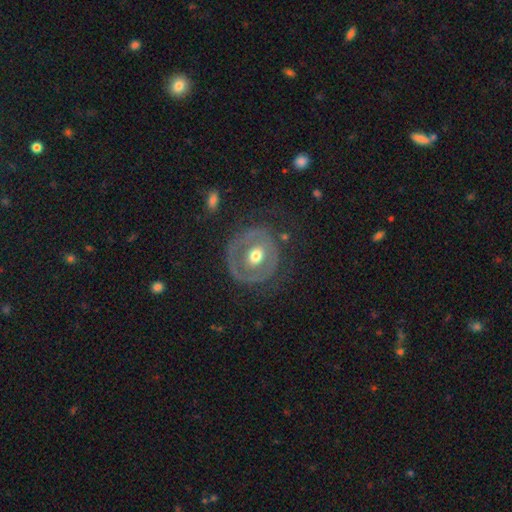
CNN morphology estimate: The model was most divided on "smooth or featured": featured or disk: 58%, smooth: 35%, star or artifact: 7%. More confident: edge-on disk — no (95%); bar — no (82%); spiral arms — no (75%); bulge size — moderate (71%); merging — none (65%).